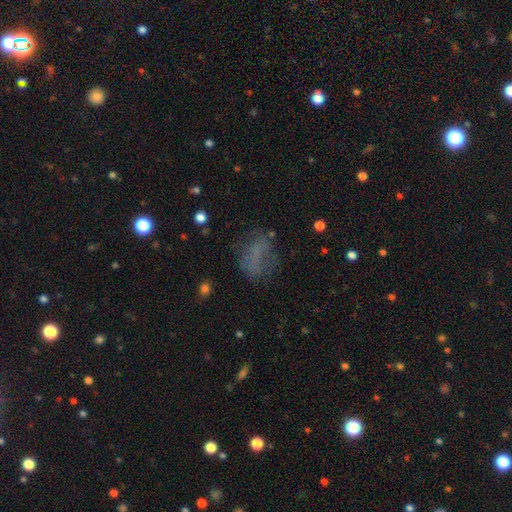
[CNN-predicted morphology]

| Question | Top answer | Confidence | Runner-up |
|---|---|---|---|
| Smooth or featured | smooth | 57% | featured or disk (24%) |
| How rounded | in between | 70% | round (25%) |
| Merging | none | 55% | minor disturbance (22%) |